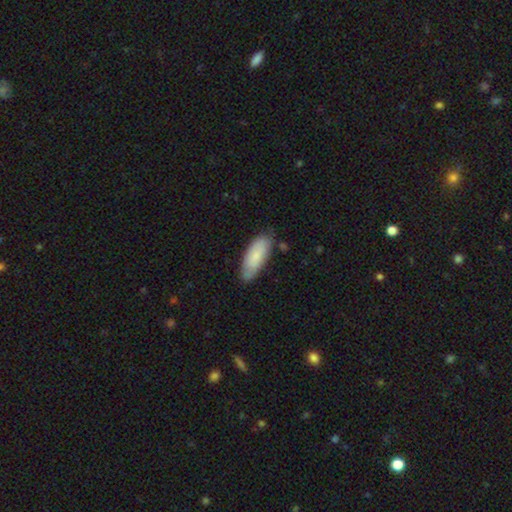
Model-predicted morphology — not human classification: Smooth or featured? smooth (79%)
How rounded? in between (75%)
Merging? none (73%)